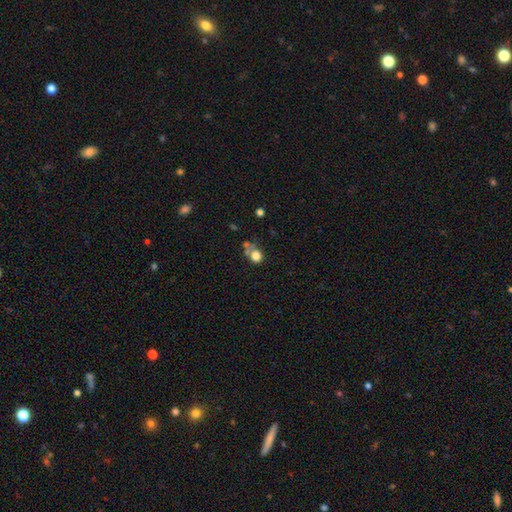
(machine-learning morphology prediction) This appears to be a smooth galaxy with no disk features (74%) that is round (76%). Merging: none (44%).